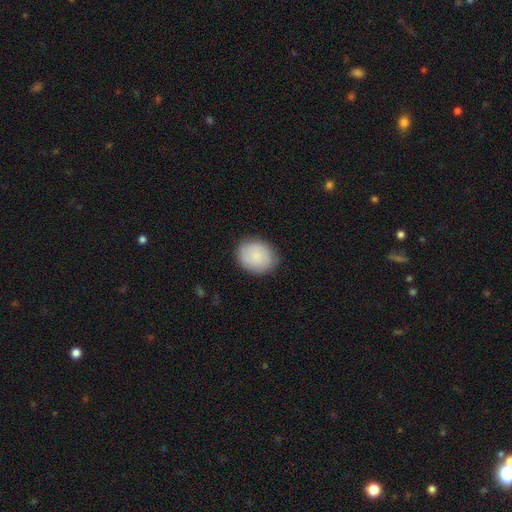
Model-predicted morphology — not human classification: A smooth galaxy with no disk features (85%) that is round (60%).

Vote fractions:
- Smooth or featured? smooth: 85% / featured or disk: 9% / star or artifact: 7%
- How rounded? round: 60% / in between: 40% / cigar-shaped: 1%
- Merging? none: 84% / minor disturbance: 13% / major disturbance: 3% / merger: 1%